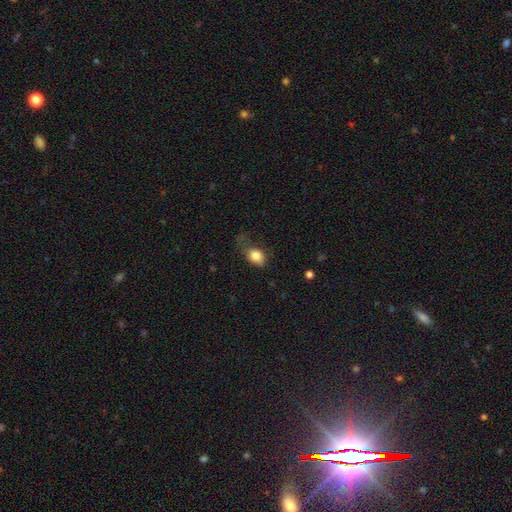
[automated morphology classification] type=smooth (83%); roundness=in between (70%); merging=none (41%).